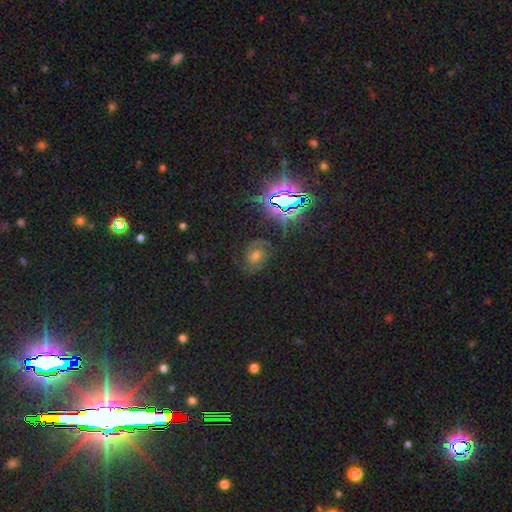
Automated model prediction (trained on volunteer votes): Smooth or featured? featured or disk (46%)
Merging? none (72%)